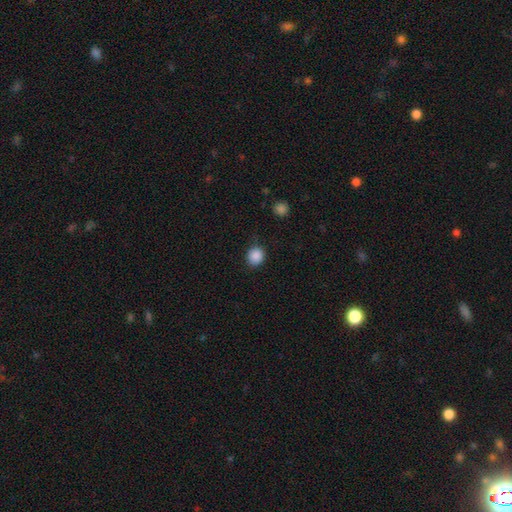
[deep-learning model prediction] This is clearly a smooth galaxy (88%). How rounded: clearly round (82%). Merging: clearly none (84%).